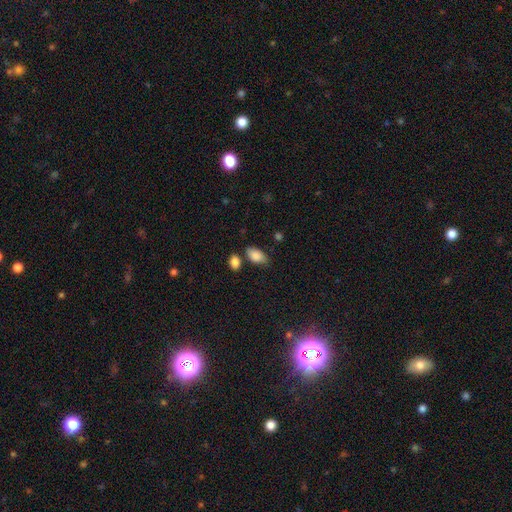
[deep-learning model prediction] This is clearly a smooth galaxy (88%). How rounded: clearly in between (93%). Merging: likely none (68%).